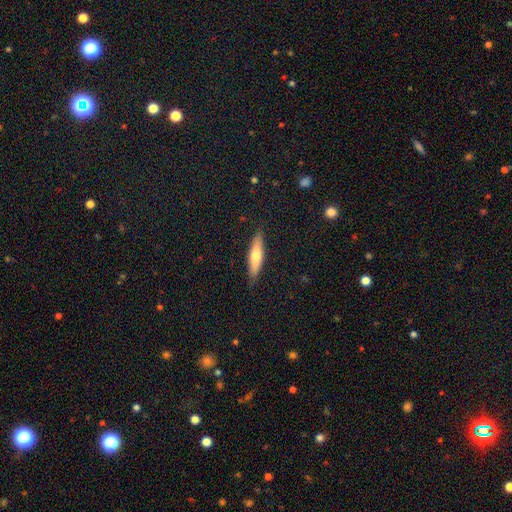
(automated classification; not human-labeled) Smooth or featured? Predicted: smooth (p=0.58). How rounded? Predicted: cigar-shaped (p=0.80). Merging? Predicted: none (p=0.88).